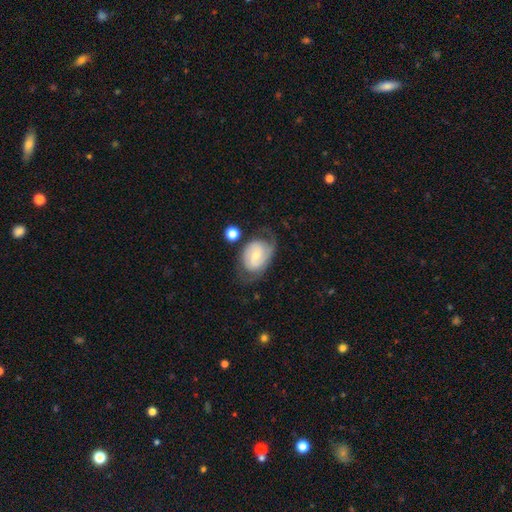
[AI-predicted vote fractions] Smooth or featured? featured or disk (69%)
Edge-on disk? no (97%)
Bar? weak (45%, tied with no)
Spiral arms? yes (89%)
Spiral winding? medium (41%)
Spiral arm count? 2 (67%)
Bulge size? small (53%)
Merging? none (55%)